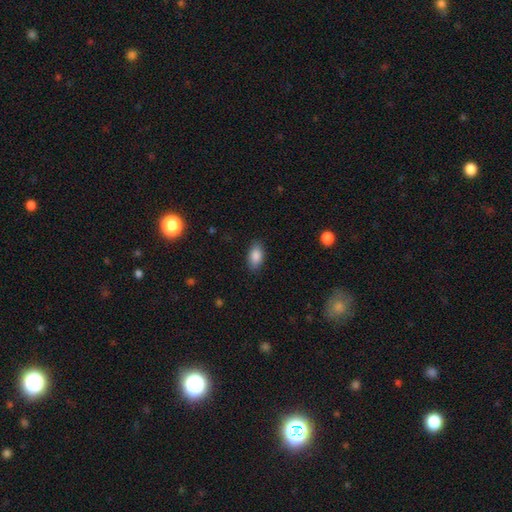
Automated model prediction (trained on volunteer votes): smooth_or_featured: smooth (p=0.87) [alt: star or artifact p=0.08]
how_rounded: in between (p=0.91) [alt: round p=0.06]
merging: none (p=0.86) [alt: minor disturbance p=0.10]